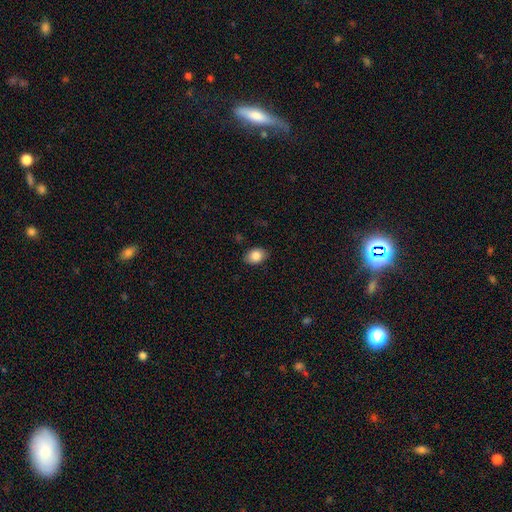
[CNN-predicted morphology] Q: Smooth or featured?
A: smooth (85%); runner-up: star or artifact (8%)
Q: How rounded?
A: in between (77%); runner-up: round (21%)
Q: Merging?
A: none (85%); runner-up: minor disturbance (11%)